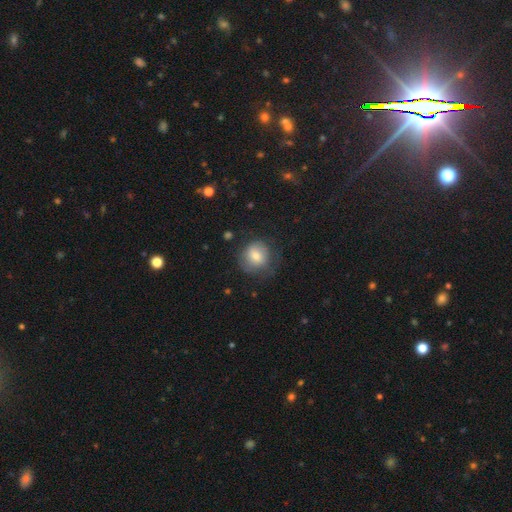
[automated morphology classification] smooth 69%, featured or disk 22%, star or artifact 9%. Down the decision tree: how rounded — round (80%); merging — none (65%).